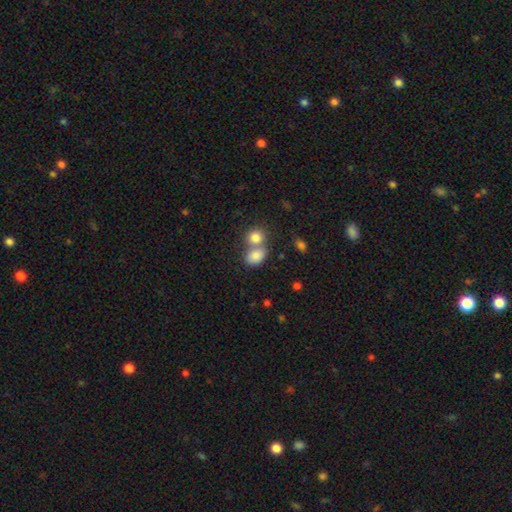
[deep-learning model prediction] Q: Smooth or featured?
A: smooth (83%); runner-up: star or artifact (9%)
Q: How rounded?
A: in between (67%); runner-up: round (32%)
Q: Merging?
A: merger (53%); runner-up: none (34%)